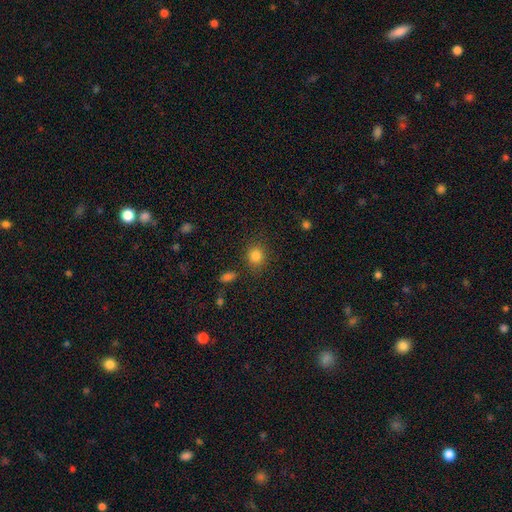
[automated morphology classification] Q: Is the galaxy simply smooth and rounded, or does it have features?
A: smooth — 83%.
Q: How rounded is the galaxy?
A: round — 78%.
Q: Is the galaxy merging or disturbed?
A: none — 83%.